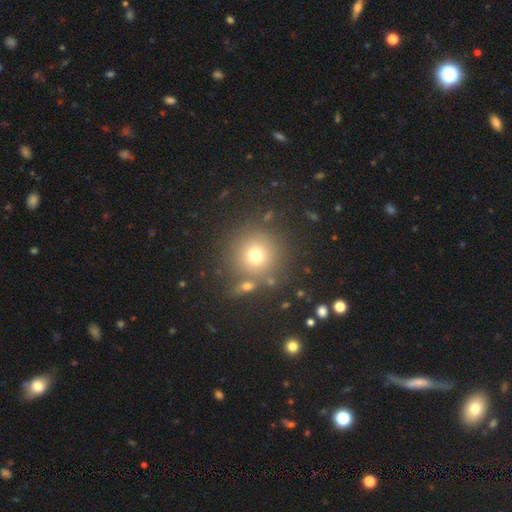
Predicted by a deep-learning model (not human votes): smooth-or-featured: smooth: 71% | star or artifact: 17% | featured or disk: 12%
  how-rounded: round: 94% | in between: 5% | cigar-shaped: 1%
  merging: none: 80% | minor disturbance: 8% | merger: 8% | major disturbance: 4%